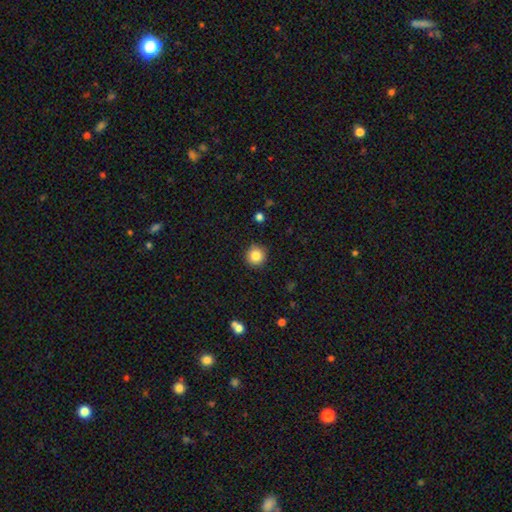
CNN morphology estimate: This is clearly a smooth galaxy (84%). How rounded: clearly round (95%). Merging: clearly none (91%).